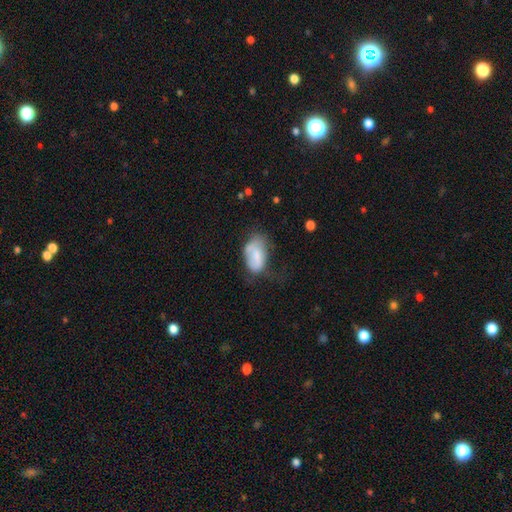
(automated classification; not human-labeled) Morphology: type=smooth (69%); roundness=in between (91%); merging=minor disturbance (35%).